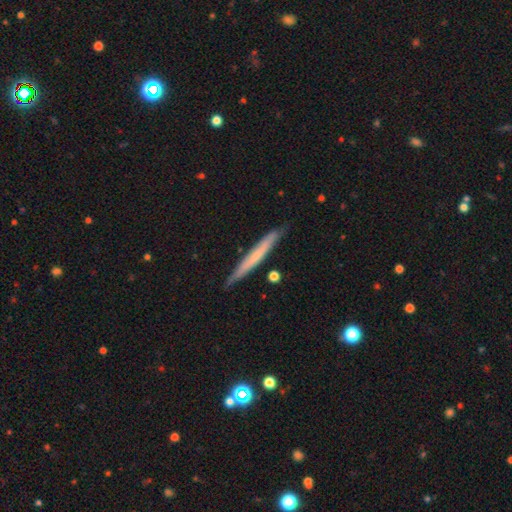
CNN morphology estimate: Smooth or featured? smooth (47%, tied with featured or disk)
Merging? none (86%)